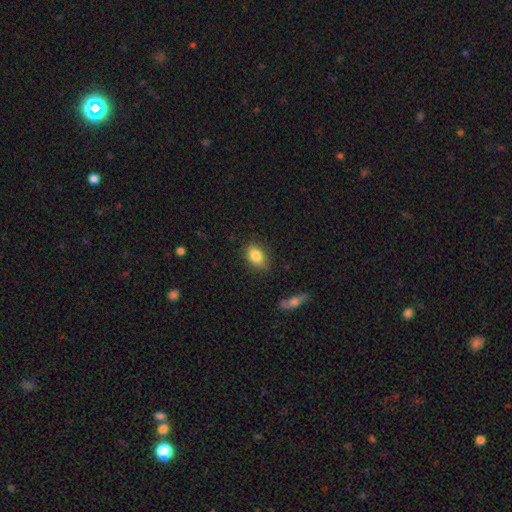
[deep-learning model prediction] Morphology: type=smooth (83%); roundness=in between (82%); merging=none (81%).